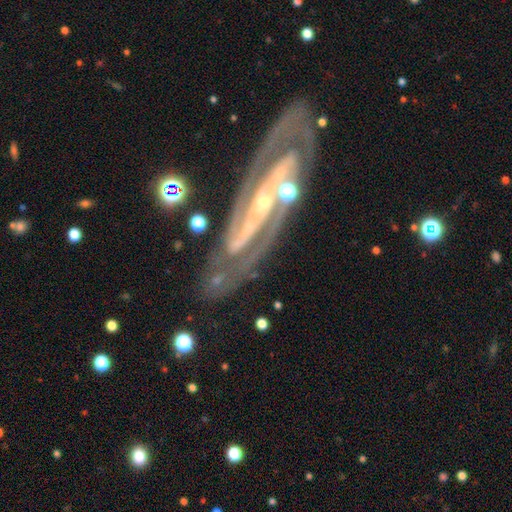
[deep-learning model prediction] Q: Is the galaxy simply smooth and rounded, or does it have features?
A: featured or disk — 91%.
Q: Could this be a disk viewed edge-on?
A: no — 92%.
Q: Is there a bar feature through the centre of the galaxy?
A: strong — 44%.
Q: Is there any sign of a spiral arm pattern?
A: yes — 98%.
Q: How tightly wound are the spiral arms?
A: tight — 50%.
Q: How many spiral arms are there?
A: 2 — 87%.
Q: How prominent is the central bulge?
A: small — 69%.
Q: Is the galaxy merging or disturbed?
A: none — 78%.